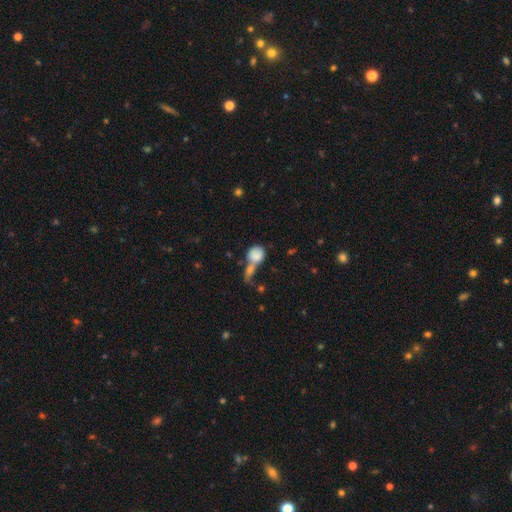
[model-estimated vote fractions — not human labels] Overall: smooth (80%). How rounded: round (67%; in between 30%). Merging: merger (59%; none 22%).